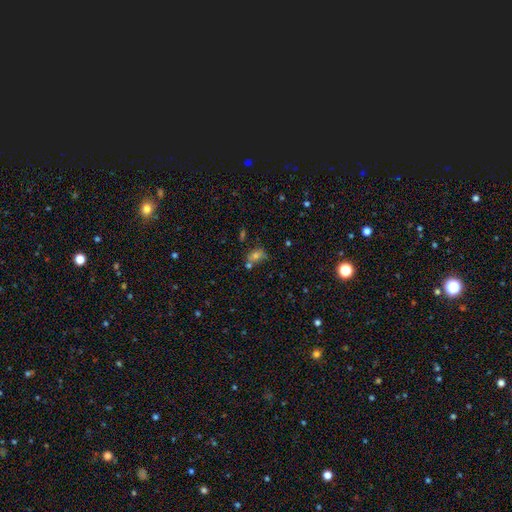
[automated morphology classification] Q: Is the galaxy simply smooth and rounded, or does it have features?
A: smooth — 63%.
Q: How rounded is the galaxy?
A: in between — 64%.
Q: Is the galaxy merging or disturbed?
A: none — 43%.